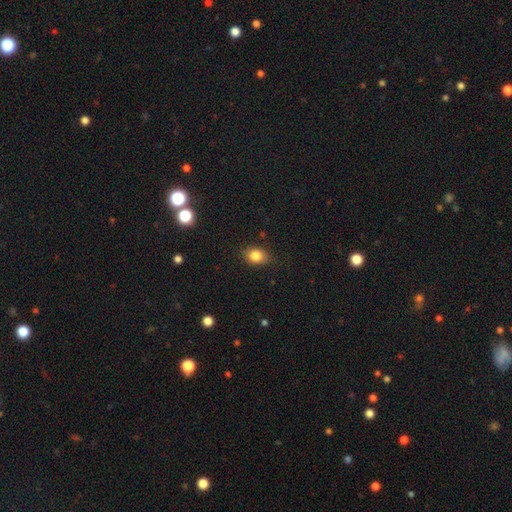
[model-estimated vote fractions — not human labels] A smooth galaxy with no disk features (82%) that is in between round and cigar-shaped (63%). Merging: none (78%).